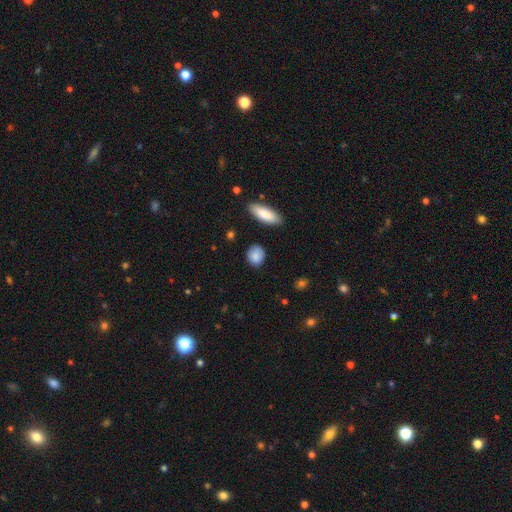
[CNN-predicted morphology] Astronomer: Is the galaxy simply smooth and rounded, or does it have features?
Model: smooth — 87%.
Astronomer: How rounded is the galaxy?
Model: round — 57% (runner-up: in between, 40%).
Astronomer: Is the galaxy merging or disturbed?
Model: none — 84%.